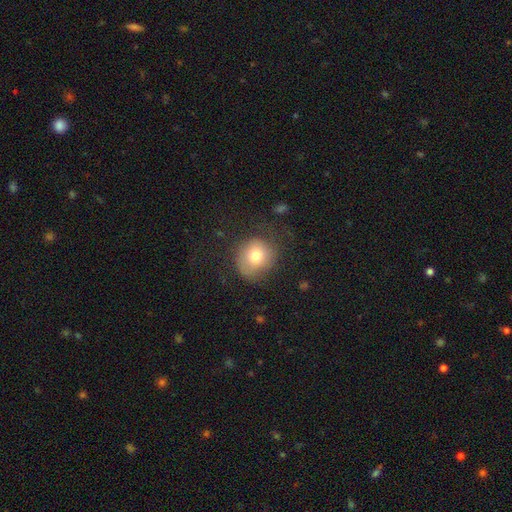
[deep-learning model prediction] Q: Smooth or featured?
A: smooth (73%); runner-up: featured or disk (16%)
Q: How rounded?
A: round (83%); runner-up: in between (16%)
Q: Merging?
A: none (62%); runner-up: minor disturbance (22%)